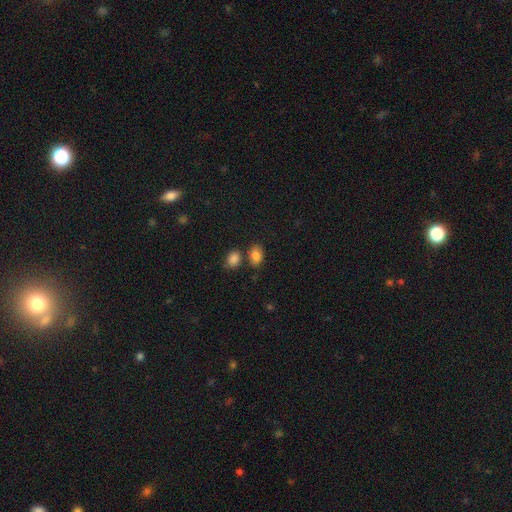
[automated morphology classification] Smooth or featured? smooth (83%)
How rounded? in between (77%)
Merging? none (68%)